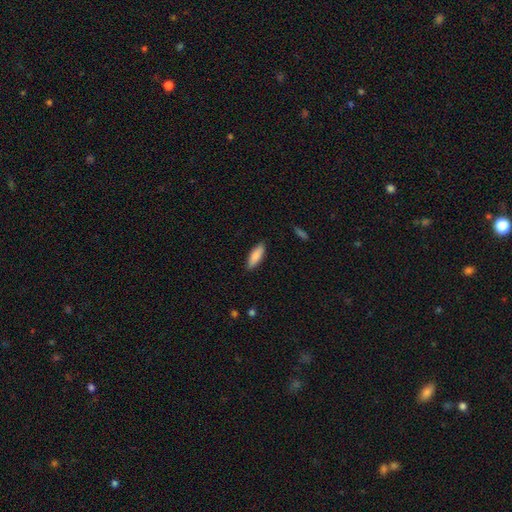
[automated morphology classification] This is clearly a smooth galaxy (85%). How rounded: possibly in between (58%). Merging: clearly none (88%).